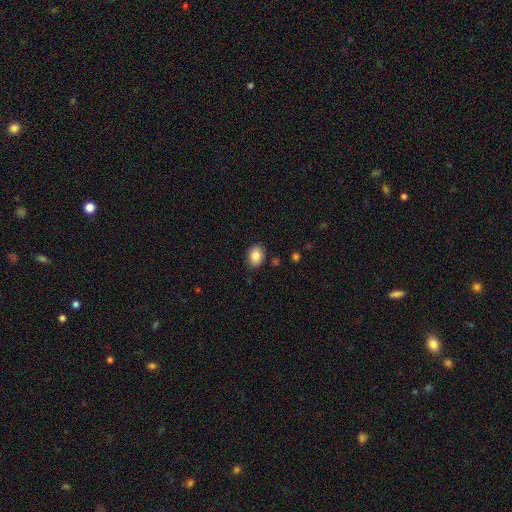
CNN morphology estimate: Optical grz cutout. It shows a smooth galaxy with no disk features (86%) that is in between round and cigar-shaped (71%). Merging: none (86%).